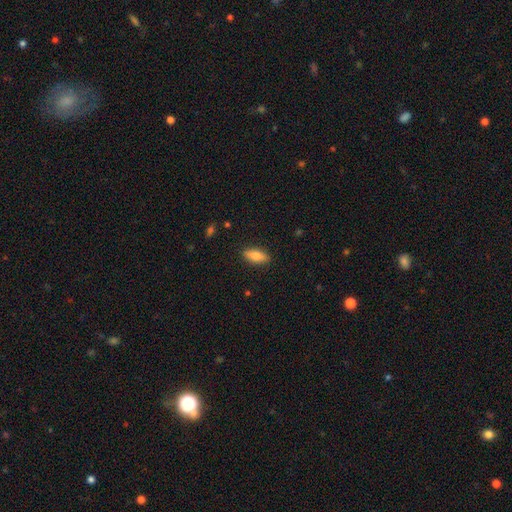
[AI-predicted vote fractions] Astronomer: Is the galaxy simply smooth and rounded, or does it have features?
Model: smooth — 84%.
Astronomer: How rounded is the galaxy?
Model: in between — 80%.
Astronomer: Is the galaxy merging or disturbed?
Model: none — 87%.